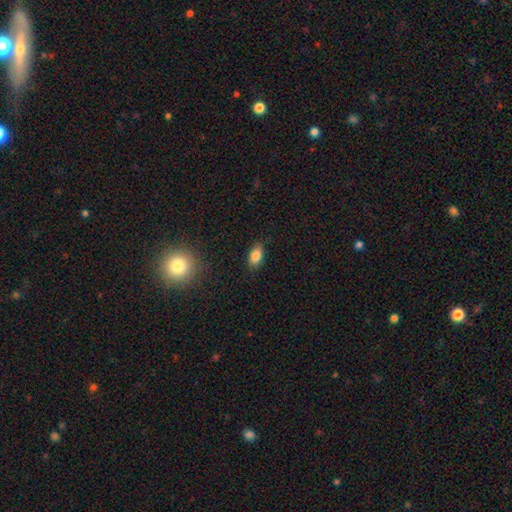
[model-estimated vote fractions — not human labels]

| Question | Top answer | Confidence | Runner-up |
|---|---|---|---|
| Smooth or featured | smooth | 83% | star or artifact (9%) |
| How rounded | in between | 89% | round (7%) |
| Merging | none | 86% | minor disturbance (11%) |